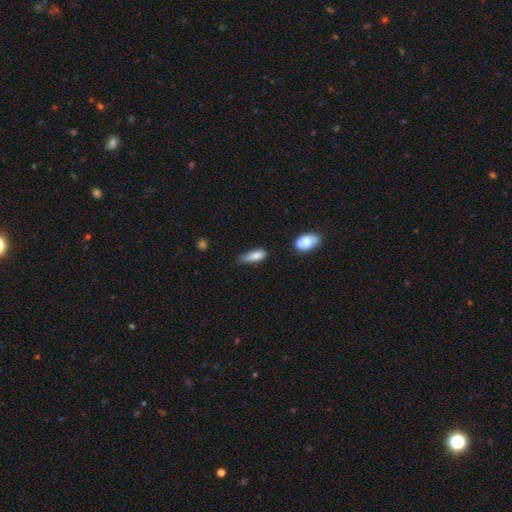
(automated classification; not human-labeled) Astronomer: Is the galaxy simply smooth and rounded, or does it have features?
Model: smooth — 83%.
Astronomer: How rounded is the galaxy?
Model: in between — 68%.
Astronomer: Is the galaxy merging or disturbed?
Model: minor disturbance — 46% (runner-up: none, 38%).